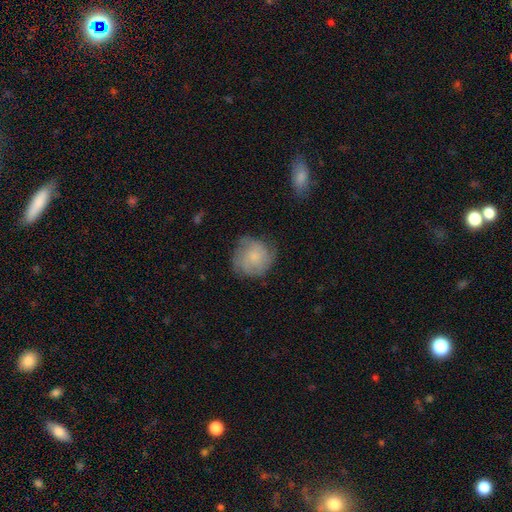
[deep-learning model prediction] smooth-or-featured: smooth: 57% | featured or disk: 35% | star or artifact: 8%
  how-rounded: round: 87% | in between: 12% | cigar-shaped: 1%
  merging: none: 67% | minor disturbance: 23% | major disturbance: 8% | merger: 1%